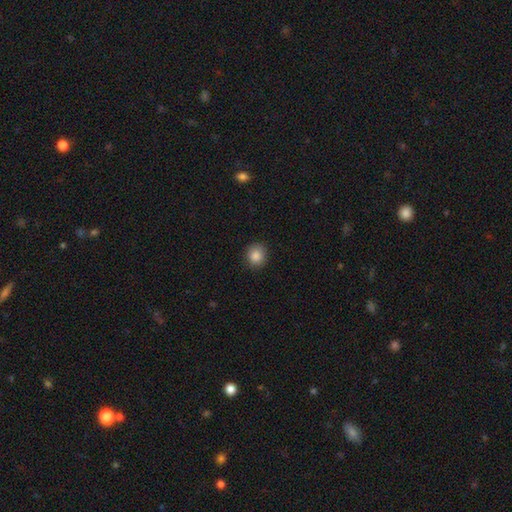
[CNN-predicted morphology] Smooth or featured? smooth (86%)
How rounded? round (85%)
Merging? none (89%)